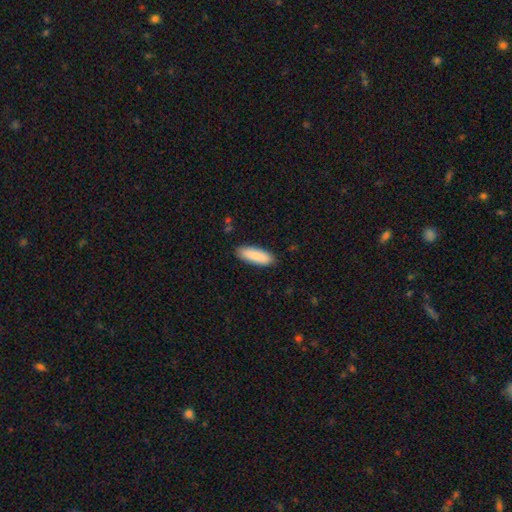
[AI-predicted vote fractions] Smooth or featured? Predicted: smooth (p=0.88). How rounded? Predicted: in between (p=0.63). Merging? Predicted: none (p=0.88).